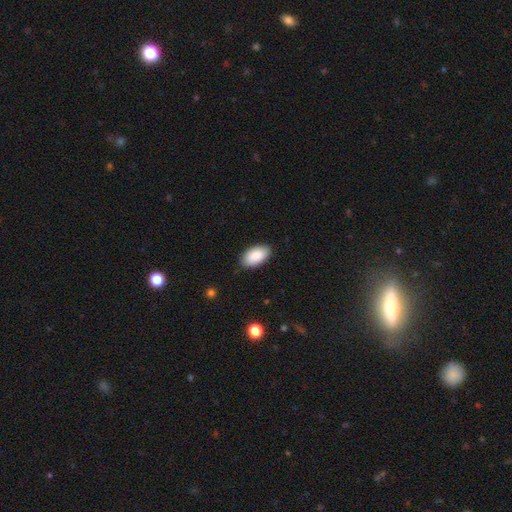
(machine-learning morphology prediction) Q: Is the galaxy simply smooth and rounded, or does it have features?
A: smooth — 88%.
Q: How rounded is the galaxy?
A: in between — 95%.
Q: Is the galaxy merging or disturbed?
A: none — 86%.